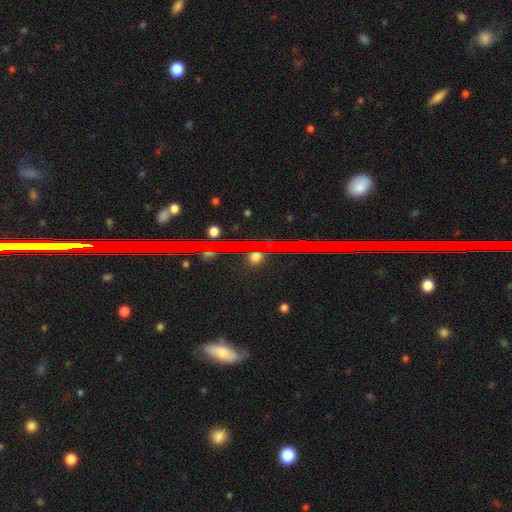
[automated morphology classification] type=star or artifact (67%).